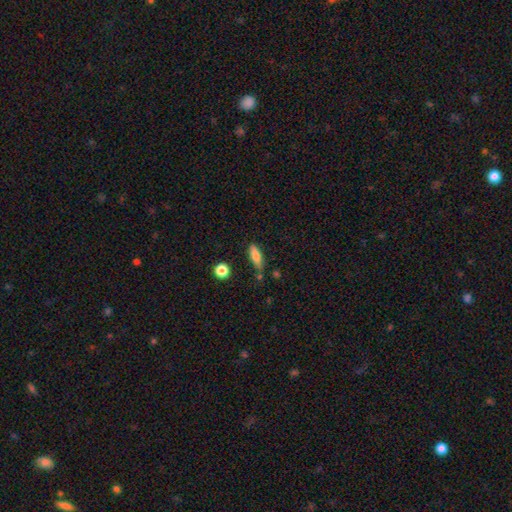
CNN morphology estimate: Smooth or featured? Predicted: smooth (p=0.73). How rounded? Predicted: in between (p=0.49). Merging? Predicted: none (p=0.67).